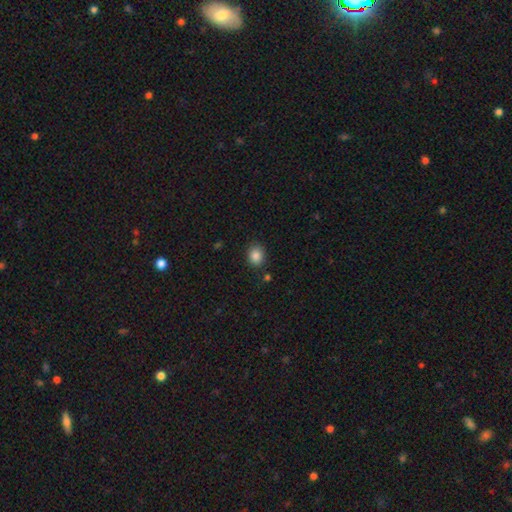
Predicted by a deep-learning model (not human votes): Smooth or featured?
  - smooth: 86% *
  - star or artifact: 9%
  - featured or disk: 5%
How rounded?
  - round: 55% *
  - in between: 44%
  - cigar-shaped: 1%
Merging?
  - none: 84% *
  - minor disturbance: 11%
  - major disturbance: 3%
  - merger: 3%